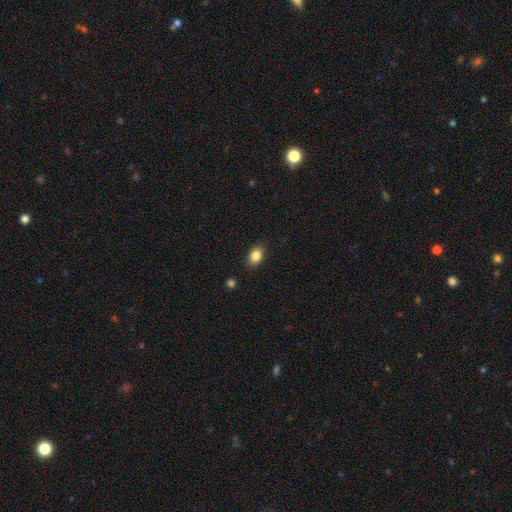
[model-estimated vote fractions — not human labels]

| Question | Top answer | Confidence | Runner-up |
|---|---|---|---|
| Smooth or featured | smooth | 85% | star or artifact (9%) |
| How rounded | in between | 78% | round (20%) |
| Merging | none | 87% | minor disturbance (9%) |